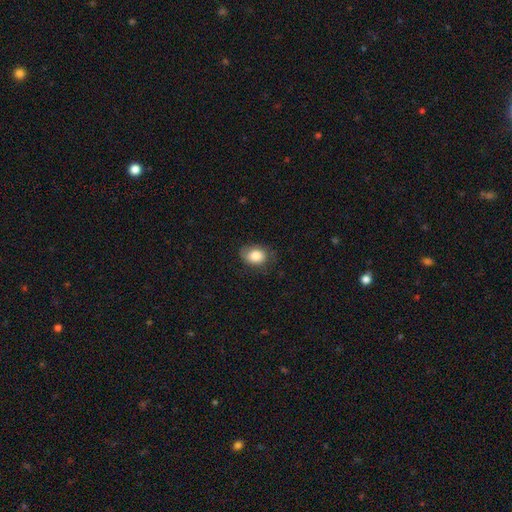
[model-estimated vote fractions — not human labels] This appears to be a smooth galaxy with no disk features (83%) that is in between round and cigar-shaped (65%). Merging: none (72%).